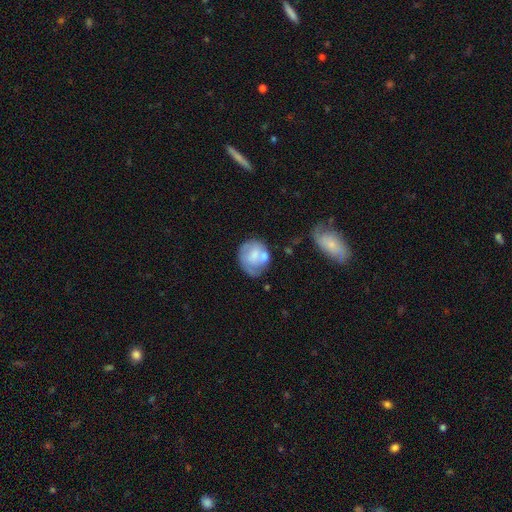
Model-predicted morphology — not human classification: This is possibly a smooth galaxy (55%). How rounded: likely round (72%). Merging: marginally none (43%).